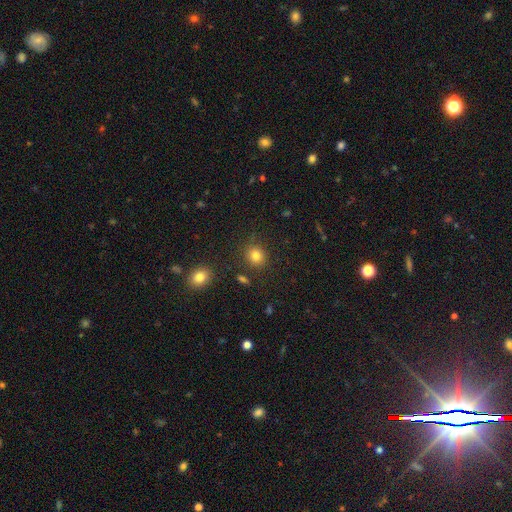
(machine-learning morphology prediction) smooth-or-featured: smooth: 81% | star or artifact: 13% | featured or disk: 6%
  how-rounded: round: 79% | in between: 20% | cigar-shaped: 1%
  merging: none: 85% | minor disturbance: 9% | merger: 4% | major disturbance: 3%